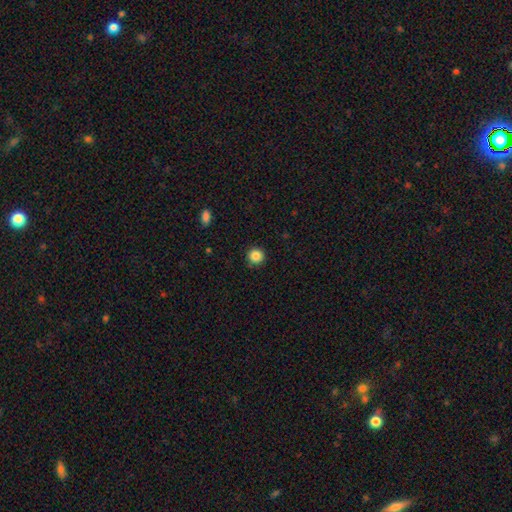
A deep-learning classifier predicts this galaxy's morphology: type=smooth (86%); roundness=round (95%); merging=none (92%).